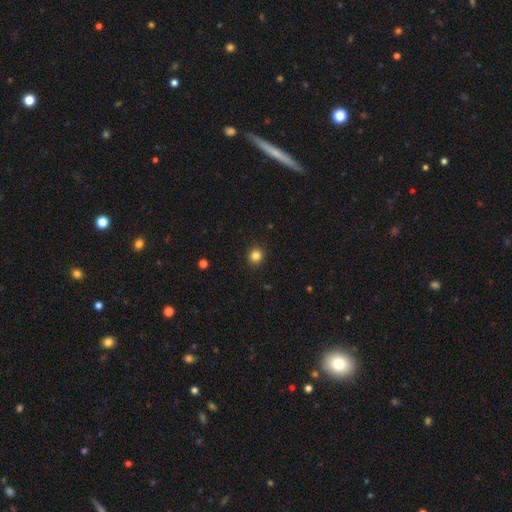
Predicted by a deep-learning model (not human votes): Overall: smooth (84%). How rounded: round (90%). Merging: none (92%).